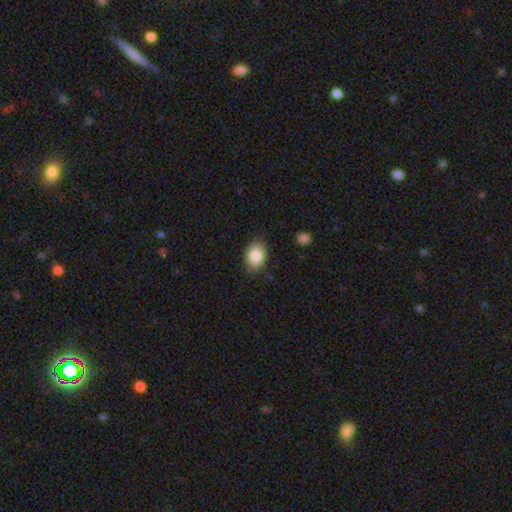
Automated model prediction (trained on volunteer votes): Overall: smooth (86%). How rounded: in between (77%). Merging: none (84%).